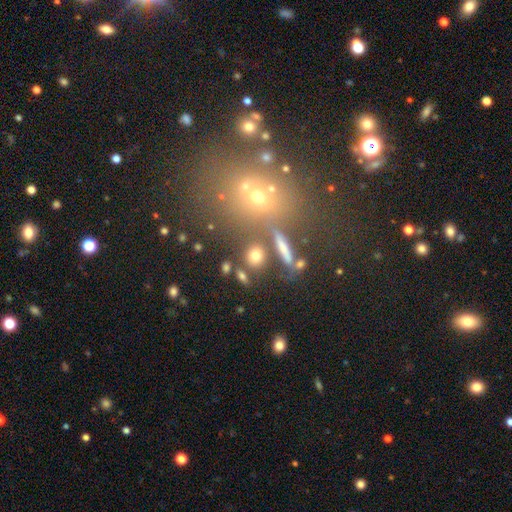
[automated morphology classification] A smooth galaxy with no disk features (73%) that is round (59%). Merging: none (72%).